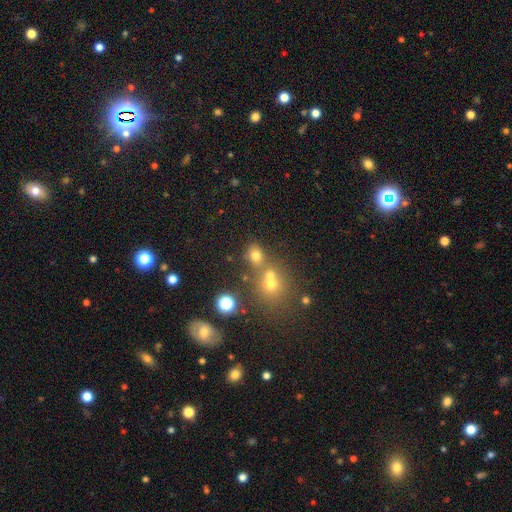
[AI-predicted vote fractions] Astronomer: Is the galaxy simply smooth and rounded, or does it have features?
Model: smooth — 67%.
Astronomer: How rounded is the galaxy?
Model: round — 64%.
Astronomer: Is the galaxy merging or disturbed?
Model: none — 53% (runner-up: merger, 32%).